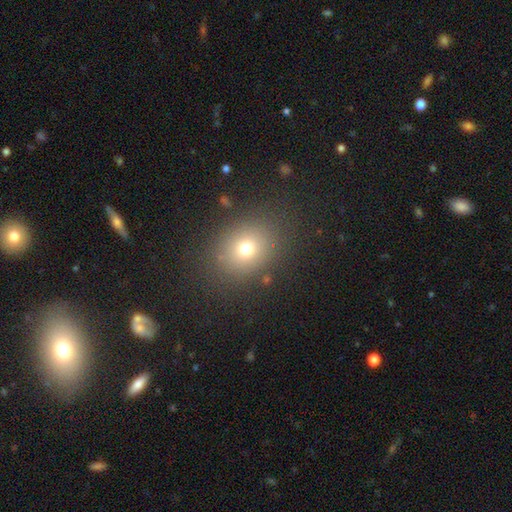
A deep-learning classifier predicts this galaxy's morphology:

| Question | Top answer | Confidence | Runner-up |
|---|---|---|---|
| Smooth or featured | smooth | 63% | star or artifact (27%) |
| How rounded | in between | 50% | round (48%) |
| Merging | none | 88% | minor disturbance (7%) |